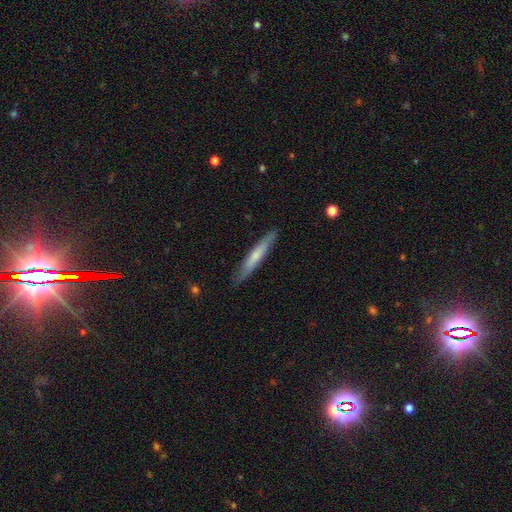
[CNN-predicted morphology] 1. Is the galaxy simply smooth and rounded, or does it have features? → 57% smooth, 38% featured or disk, 5% star or artifact.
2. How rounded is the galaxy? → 94% cigar-shaped, 4% in between, 1% round.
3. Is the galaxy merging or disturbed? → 86% none, 11% minor disturbance, 2% major disturbance, 1% merger.